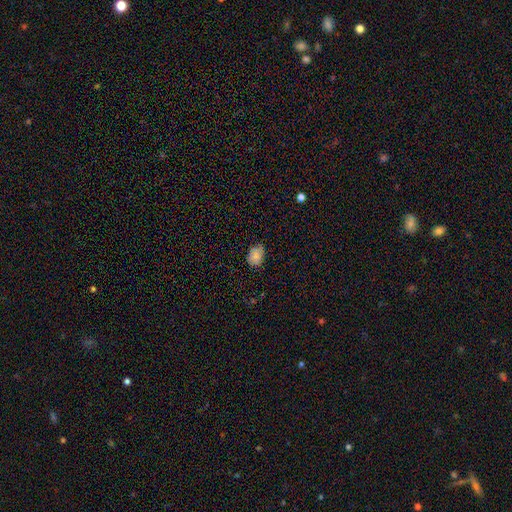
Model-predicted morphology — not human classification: Smooth or featured? smooth (83%)
How rounded? in between (74%)
Merging? none (70%)